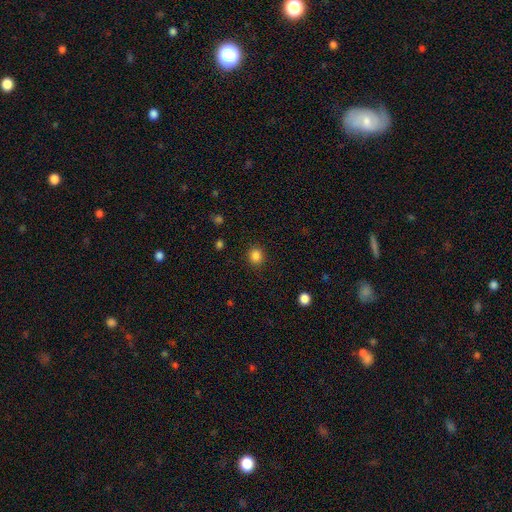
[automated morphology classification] Smooth or featured? smooth (85%)
How rounded? round (80%)
Merging? none (89%)